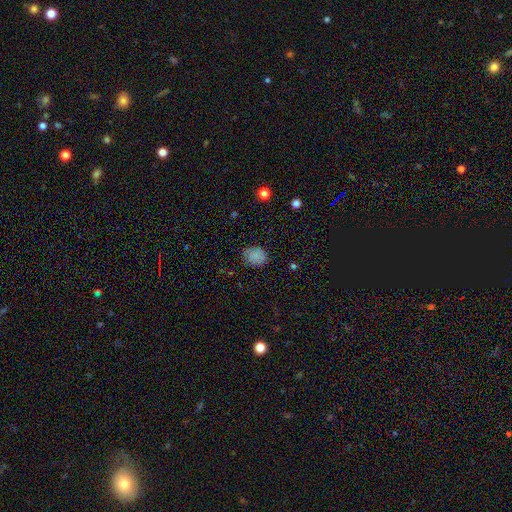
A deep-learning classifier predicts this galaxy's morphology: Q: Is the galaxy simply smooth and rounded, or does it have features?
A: smooth — 83%.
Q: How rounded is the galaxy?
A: round — 54%.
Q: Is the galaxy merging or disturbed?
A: none — 82%.